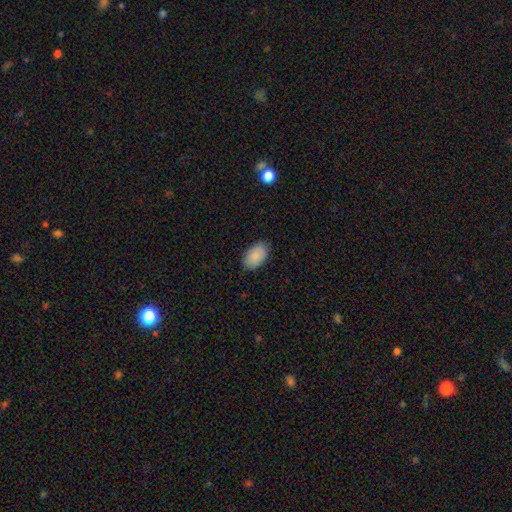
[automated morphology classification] smooth 88%, star or artifact 6%, featured or disk 6%. Down the decision tree: how rounded — in between (93%); merging — none (86%).